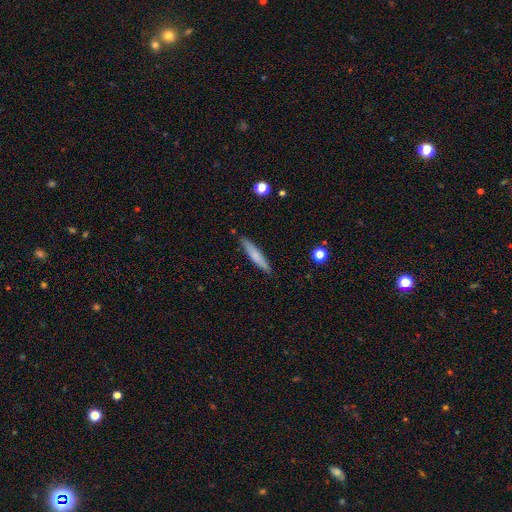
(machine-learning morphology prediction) This is likely a smooth galaxy (71%). How rounded: clearly cigar-shaped (91%). Merging: clearly none (88%).